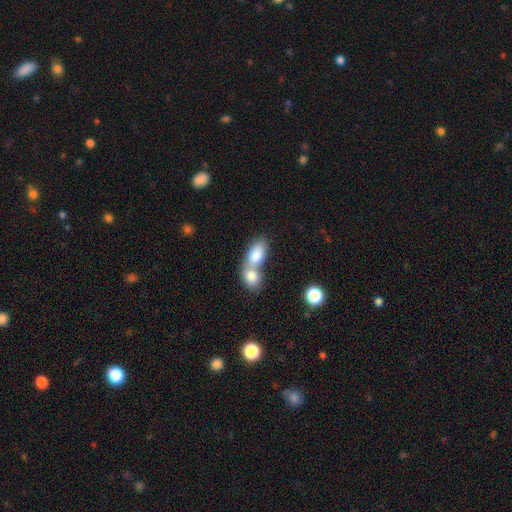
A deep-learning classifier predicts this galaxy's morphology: Smooth or featured? smooth (81%)
How rounded? in between (85%)
Merging? merger (70%)